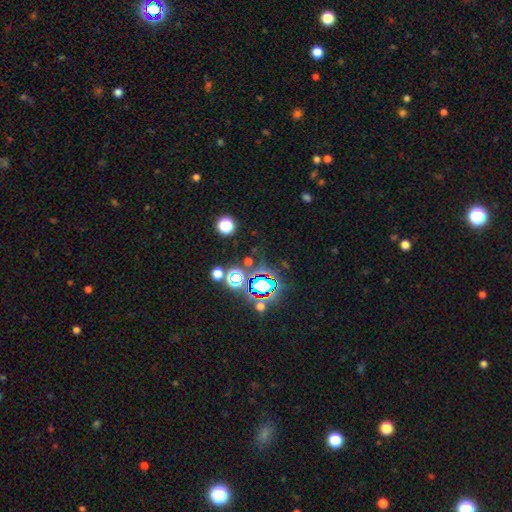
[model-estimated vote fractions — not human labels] star or artifact 77%, smooth 15%, featured or disk 8%.